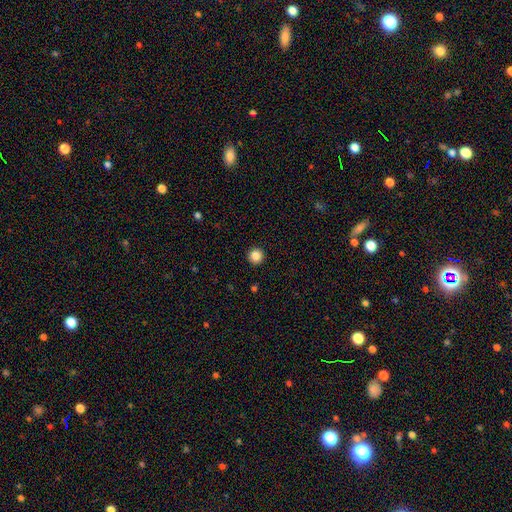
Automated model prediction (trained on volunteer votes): Q: Smooth or featured?
A: smooth (86%); runner-up: star or artifact (10%)
Q: How rounded?
A: round (96%); runner-up: in between (3%)
Q: Merging?
A: none (94%); runner-up: minor disturbance (4%)